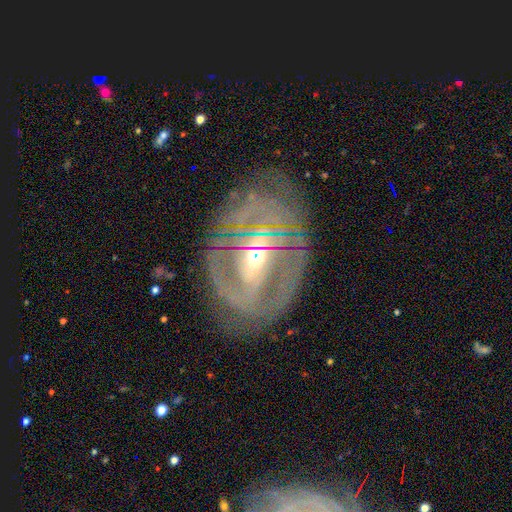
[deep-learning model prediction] A featured or disk galaxy (77%) with no bar (37%), 2 (40%) tight (55%) spiral arms (71%) and a moderate central bulge (56%). Merging: none (63%).